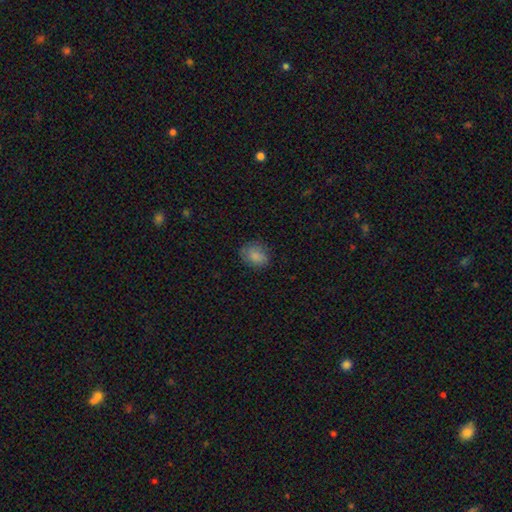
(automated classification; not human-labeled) This appears to be a smooth galaxy with no disk features (84%) that is in between round and cigar-shaped (66%). Merging: none (76%).